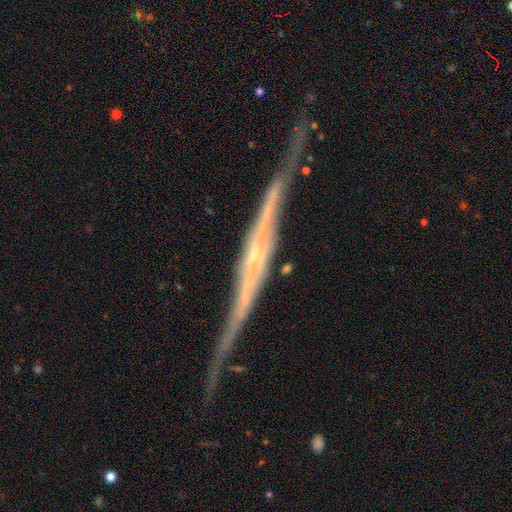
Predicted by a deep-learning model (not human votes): featured or disk 88%, star or artifact 6%, smooth 6%. Down the decision tree: edge-on disk — yes (89%); edge-on bulge — rounded (48%); merging — none (71%).